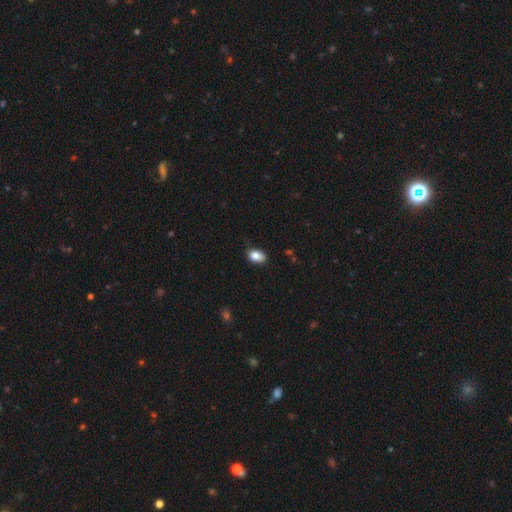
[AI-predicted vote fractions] A smooth galaxy with no disk features (86%) that is in between round and cigar-shaped (89%). Merging: none (79%).